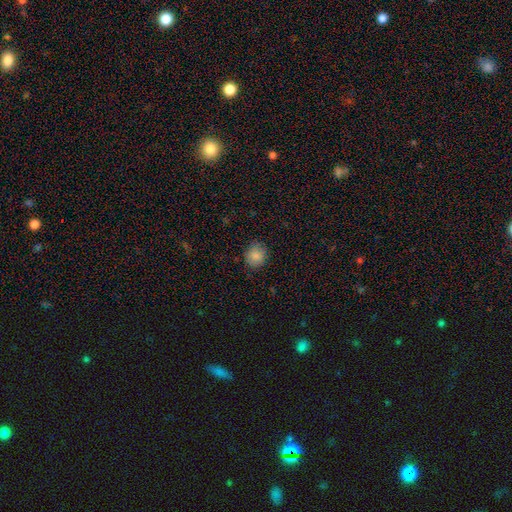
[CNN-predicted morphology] smooth 86%, star or artifact 9%, featured or disk 5%. Down the decision tree: how rounded — round (71%); merging — none (84%).